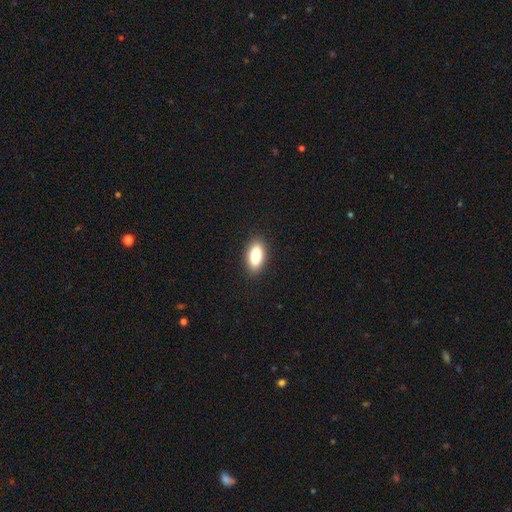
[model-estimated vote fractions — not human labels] A smooth galaxy with no disk features (84%) that is in between round and cigar-shaped (86%).

Vote fractions:
- Smooth or featured? smooth: 84% / featured or disk: 9% / star or artifact: 7%
- How rounded? in between: 86% / cigar-shaped: 10% / round: 3%
- Merging? none: 89% / minor disturbance: 8% / major disturbance: 2% / merger: 1%